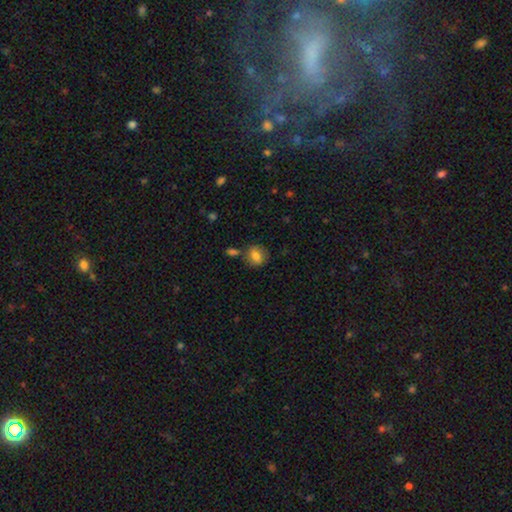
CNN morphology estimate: This appears to be a smooth galaxy with no disk features (77%) that is round (68%). Merging: none (75%).